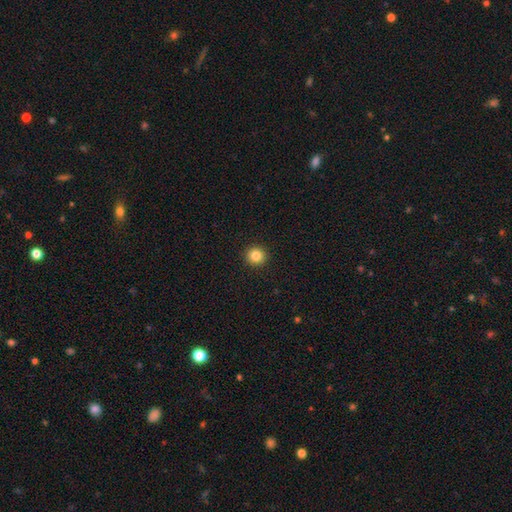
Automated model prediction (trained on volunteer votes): Morphology: type=smooth (84%); roundness=round (94%); merging=none (93%).